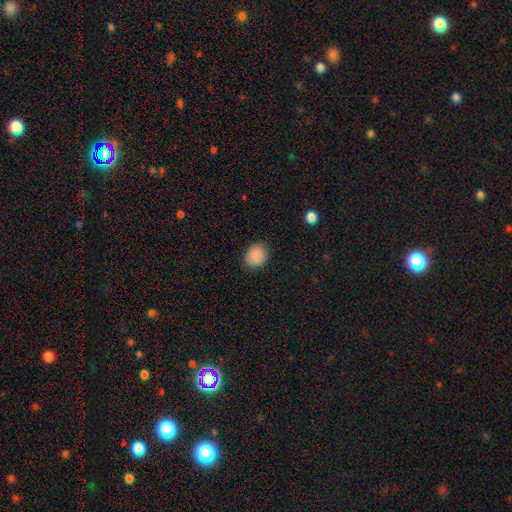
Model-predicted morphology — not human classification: Smooth or featured: smooth — 88% (star or artifact — 8%)
How rounded: round — 61% (in between — 39%)
Merging: none — 84% (minor disturbance — 12%)